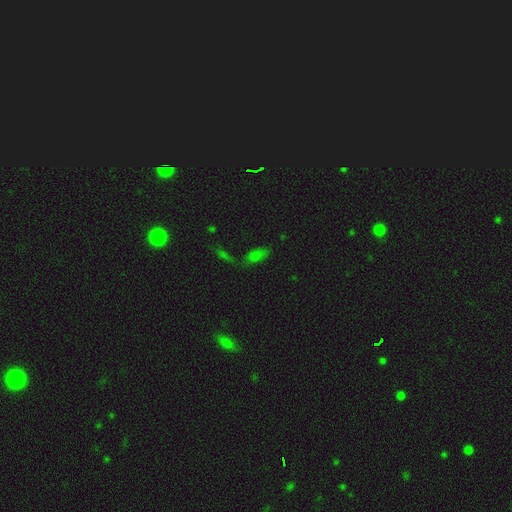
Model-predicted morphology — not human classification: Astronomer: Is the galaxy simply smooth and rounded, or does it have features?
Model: smooth — 67%.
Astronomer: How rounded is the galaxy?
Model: in between — 80%.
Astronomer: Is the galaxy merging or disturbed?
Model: none — 57%.